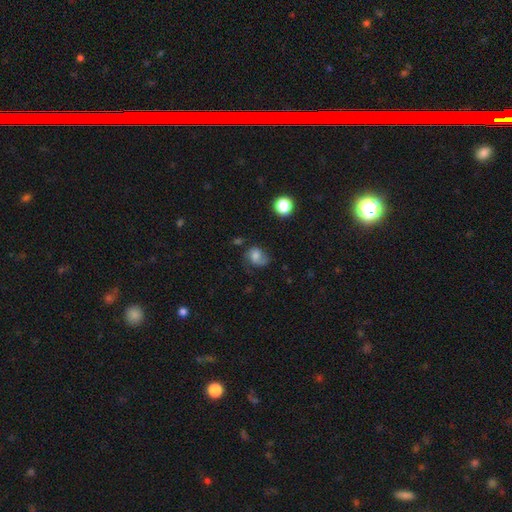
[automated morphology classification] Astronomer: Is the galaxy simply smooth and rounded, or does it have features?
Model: smooth — 52% (runner-up: featured or disk, 37%).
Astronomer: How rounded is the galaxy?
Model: round — 51% (runner-up: in between, 48%).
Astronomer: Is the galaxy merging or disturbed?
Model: none — 49% (runner-up: minor disturbance, 29%).